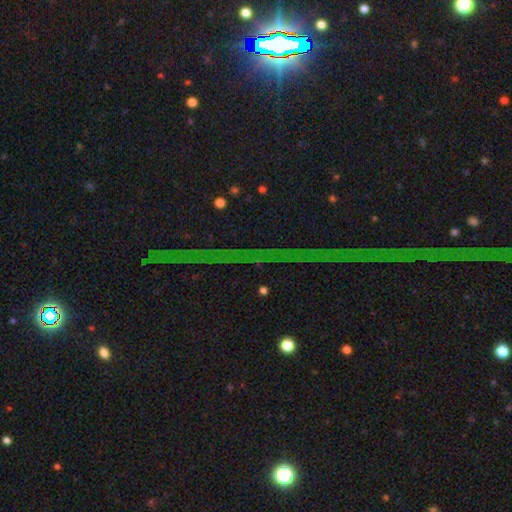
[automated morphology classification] Smooth or featured? Predicted: star or artifact (p=0.86).